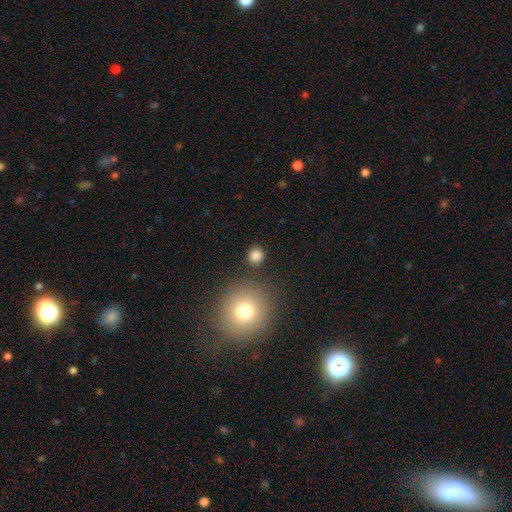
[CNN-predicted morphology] Overall: smooth (83%). How rounded: round (89%). Merging: none (85%).